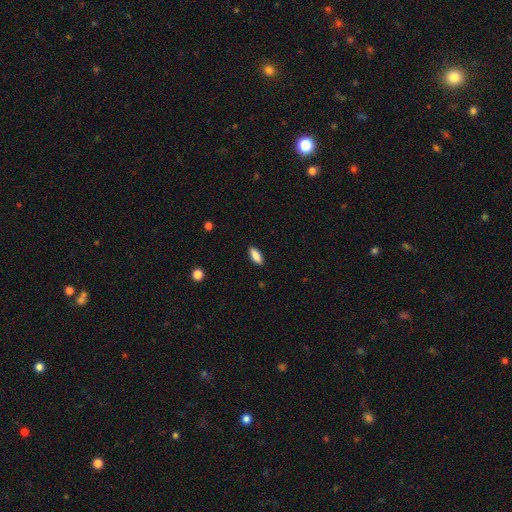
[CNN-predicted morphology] Overall: smooth (87%). How rounded: in between (75%). Merging: none (89%).